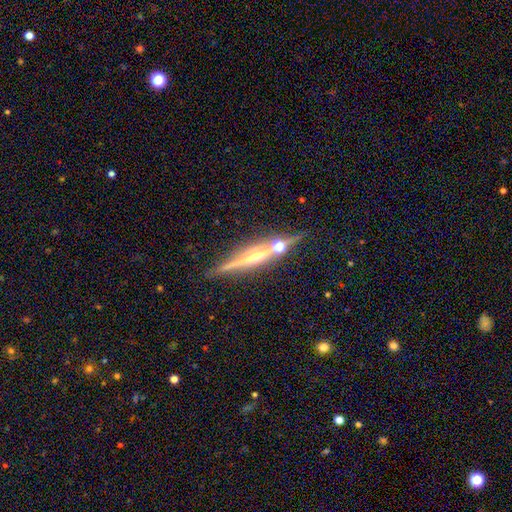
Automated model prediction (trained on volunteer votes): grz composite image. It shows a featured or disk galaxy (78%) viewed edge-on (97%) with a rounded central bulge (81%). Merging: none (78%).